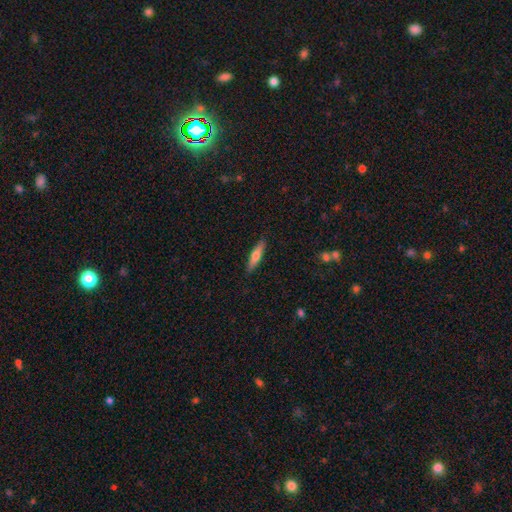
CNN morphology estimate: This appears to be a smooth galaxy with no disk features (59%) that is cigar-shaped (81%). Merging: none (89%).